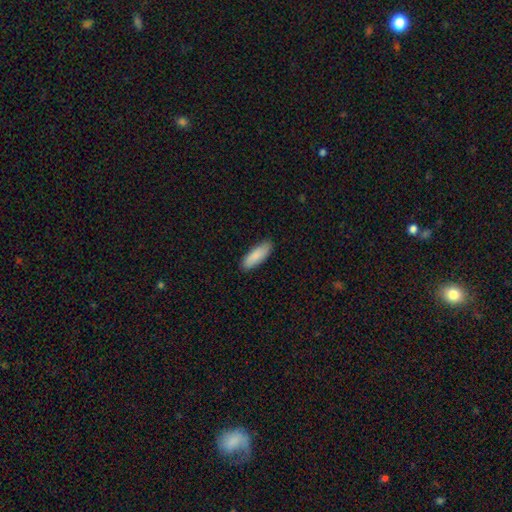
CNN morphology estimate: Smooth or featured: smooth — 87% (featured or disk — 7%)
How rounded: in between — 63% (cigar-shaped — 35%)
Merging: none — 86% (minor disturbance — 11%)